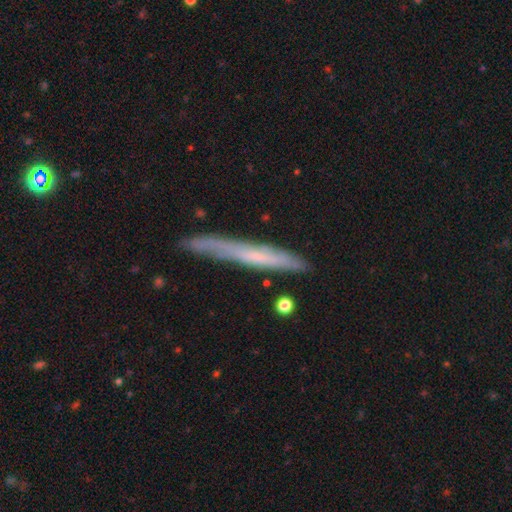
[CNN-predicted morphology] This appears to be a featured or disk galaxy (51%) viewed edge-on (87%). Merging: none (75%).